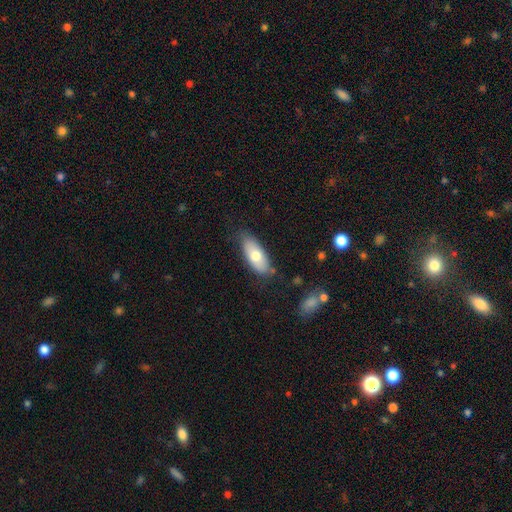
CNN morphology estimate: smooth 71%, featured or disk 23%, star or artifact 6%. Down the decision tree: how rounded — in between (80%); merging — none (74%).